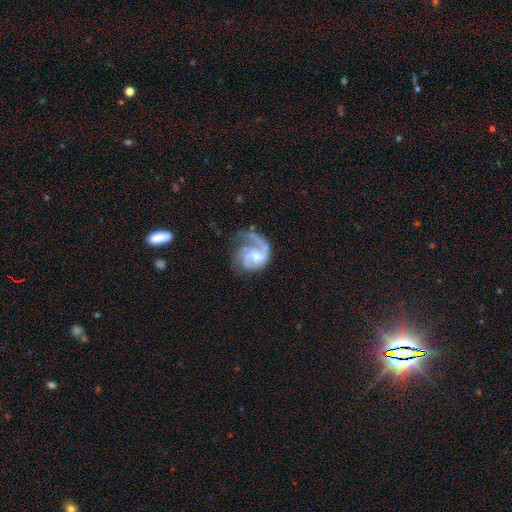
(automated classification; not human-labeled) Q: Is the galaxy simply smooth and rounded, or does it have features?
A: featured or disk — 83%.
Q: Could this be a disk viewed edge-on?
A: no — 98%.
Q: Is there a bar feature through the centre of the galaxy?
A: no — 48%.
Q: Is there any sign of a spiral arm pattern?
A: yes — 94%.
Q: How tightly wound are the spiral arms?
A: medium — 46%.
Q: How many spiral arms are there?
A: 2 — 39%.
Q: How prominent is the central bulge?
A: moderate — 44%.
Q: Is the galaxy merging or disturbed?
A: none — 41%.